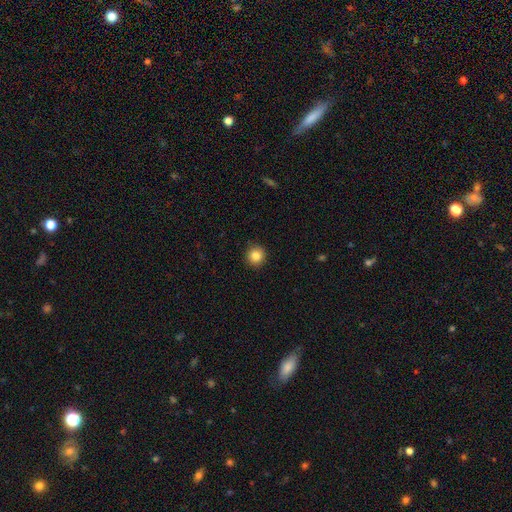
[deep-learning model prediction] smooth_or_featured: smooth (p=0.85) [alt: star or artifact p=0.10]
how_rounded: round (p=0.94) [alt: in between p=0.05]
merging: none (p=0.92) [alt: minor disturbance p=0.06]